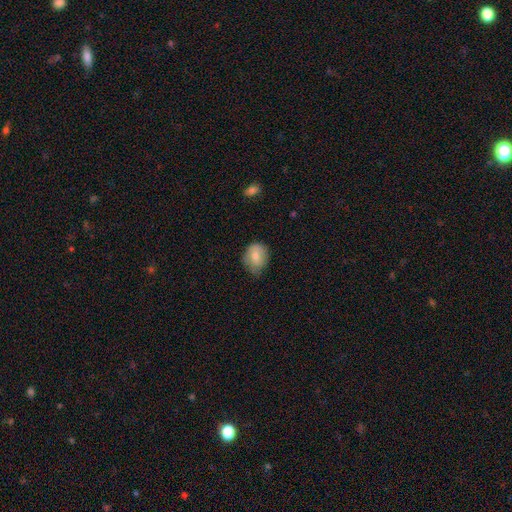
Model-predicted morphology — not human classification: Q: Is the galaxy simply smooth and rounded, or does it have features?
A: smooth — 73%.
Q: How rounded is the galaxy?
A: in between — 54%.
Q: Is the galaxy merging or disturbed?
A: none — 57%.